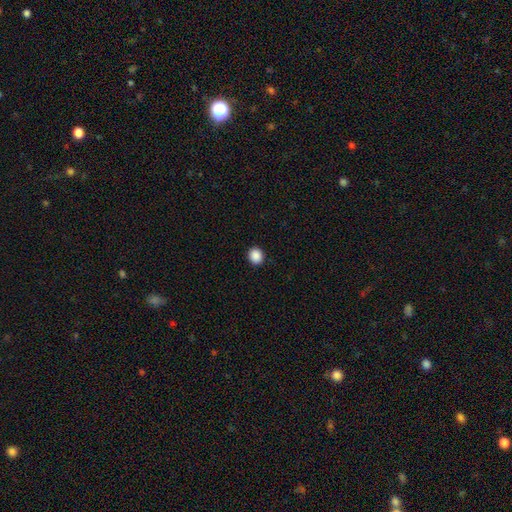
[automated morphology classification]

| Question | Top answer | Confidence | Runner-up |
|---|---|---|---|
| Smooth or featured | smooth | 89% | star or artifact (9%) |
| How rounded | round | 80% | in between (19%) |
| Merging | none | 93% | minor disturbance (5%) |